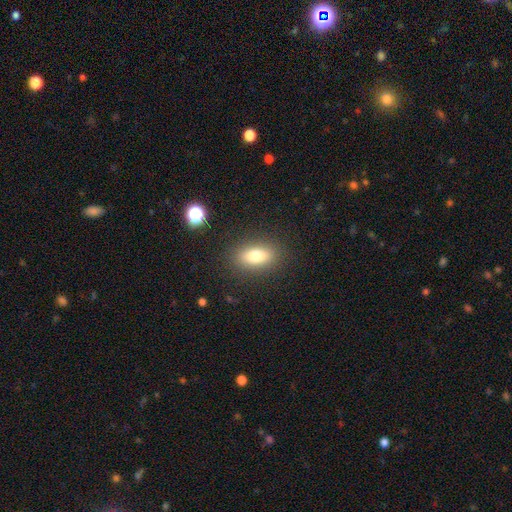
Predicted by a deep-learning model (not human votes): The model was most divided on "smooth or featured": smooth: 76%, featured or disk: 14%, star or artifact: 10%. More confident: merging — none (86%); how rounded — in between (81%).